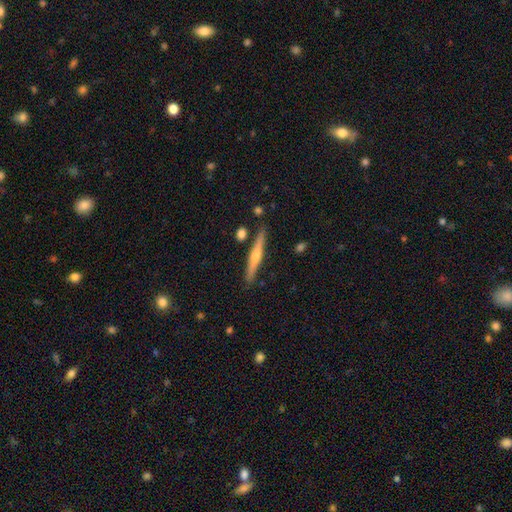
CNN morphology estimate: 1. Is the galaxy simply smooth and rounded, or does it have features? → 69% featured or disk, 25% smooth, 6% star or artifact.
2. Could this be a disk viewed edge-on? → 97% yes, 3% no.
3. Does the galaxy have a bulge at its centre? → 86% rounded, 10% none, 4% boxy.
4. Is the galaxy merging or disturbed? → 88% none, 8% minor disturbance, 3% merger, 2% major disturbance.